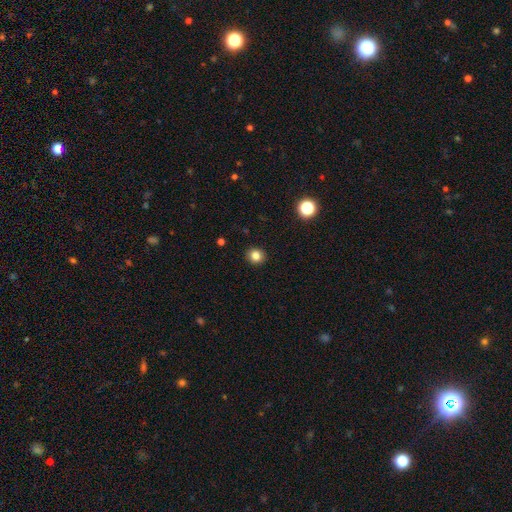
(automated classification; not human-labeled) Smooth or featured: smooth — 83% (star or artifact — 12%)
How rounded: round — 88% (in between — 12%)
Merging: none — 92% (minor disturbance — 5%)